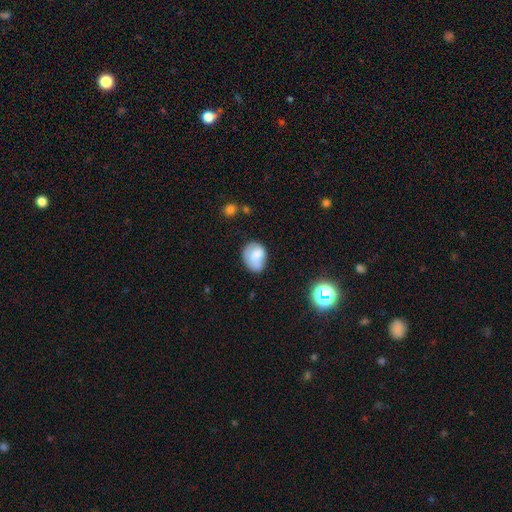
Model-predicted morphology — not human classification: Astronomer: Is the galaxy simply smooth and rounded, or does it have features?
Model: smooth — 72%.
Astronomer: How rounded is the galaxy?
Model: in between — 60% (runner-up: round, 39%).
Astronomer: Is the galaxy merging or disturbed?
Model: none — 51% (runner-up: minor disturbance, 32%).